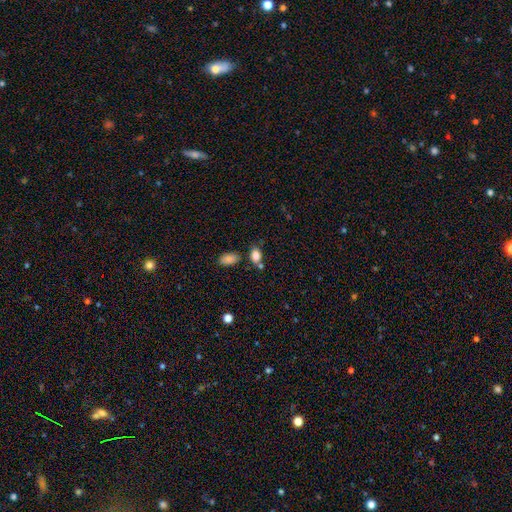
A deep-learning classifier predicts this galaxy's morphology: type=smooth (84%); roundness=in between (80%); merging=none (61%).